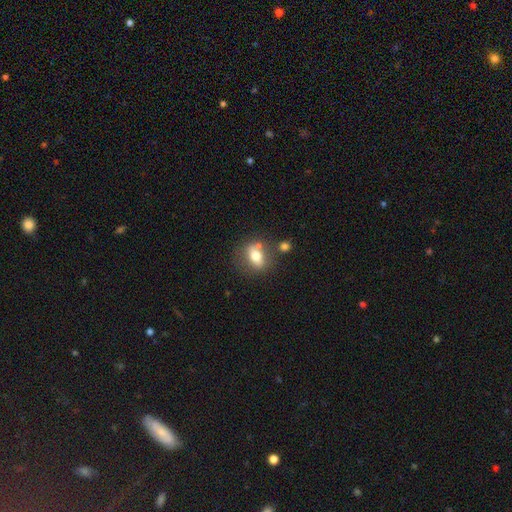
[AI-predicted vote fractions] The model was most divided on "how rounded": in between: 69%, round: 26%, cigar-shaped: 6%. More confident: smooth or featured — smooth (68%); merging — none (65%).